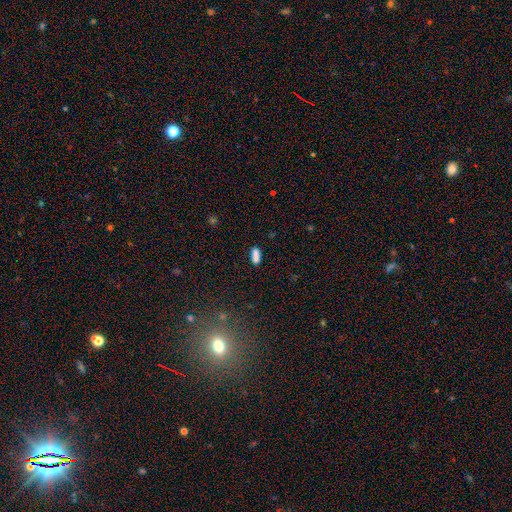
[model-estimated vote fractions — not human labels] This is likely a smooth galaxy (80%). How rounded: likely in between (75%). Merging: likely none (61%).